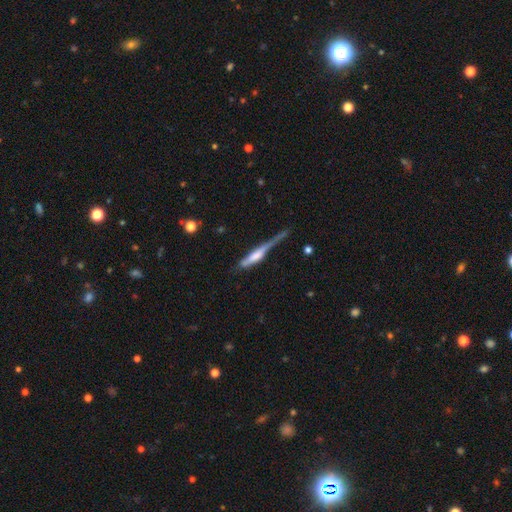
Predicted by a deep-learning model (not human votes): The model was most divided on "merging" (2-way tie): major disturbance: 31%, none: 31%, minor disturbance: 30%, merger: 8%. Remaining: smooth or featured — featured or disk (49%).